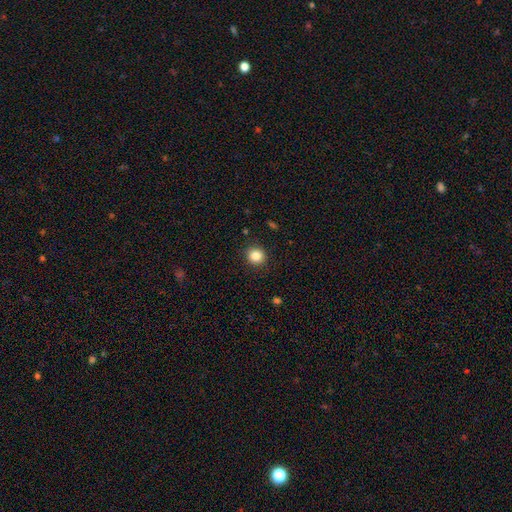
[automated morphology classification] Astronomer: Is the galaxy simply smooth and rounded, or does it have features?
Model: smooth — 86%.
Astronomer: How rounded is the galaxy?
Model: round — 89%.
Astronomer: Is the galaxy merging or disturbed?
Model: none — 90%.